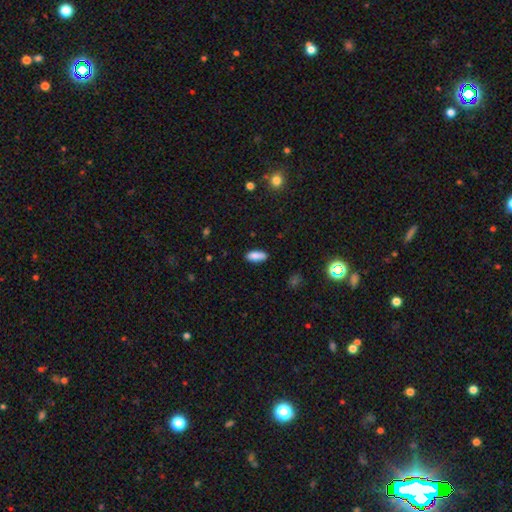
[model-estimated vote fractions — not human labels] Smooth or featured?
  - smooth: 85% *
  - star or artifact: 7%
  - featured or disk: 7%
How rounded?
  - in between: 78% *
  - cigar-shaped: 20%
  - round: 2%
Merging?
  - none: 83% *
  - minor disturbance: 13%
  - major disturbance: 2%
  - merger: 2%